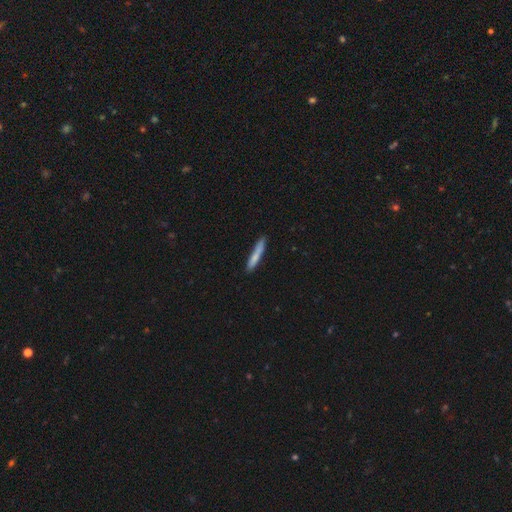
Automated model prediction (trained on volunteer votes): smooth-or-featured: smooth: 78% | featured or disk: 16% | star or artifact: 6%
  how-rounded: cigar-shaped: 93% | in between: 5% | round: 1%
  merging: none: 81% | minor disturbance: 15% | major disturbance: 2% | merger: 2%